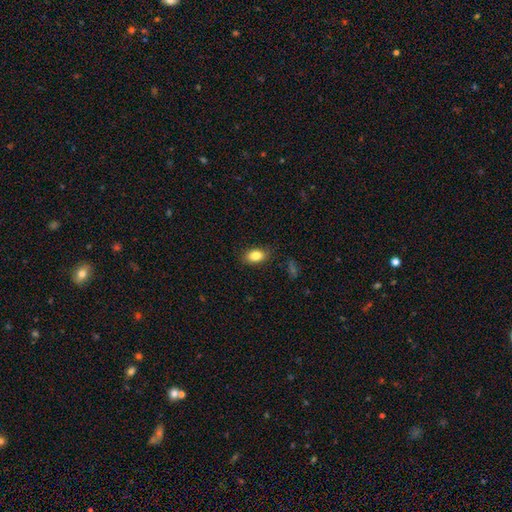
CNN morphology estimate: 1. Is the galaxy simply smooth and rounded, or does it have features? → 84% smooth, 9% star or artifact, 8% featured or disk.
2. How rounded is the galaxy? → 85% in between, 12% round, 3% cigar-shaped.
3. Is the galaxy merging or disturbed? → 84% none, 12% minor disturbance, 3% major disturbance, 1% merger.